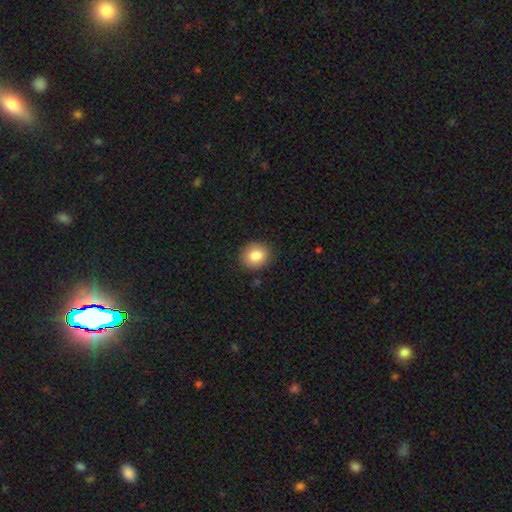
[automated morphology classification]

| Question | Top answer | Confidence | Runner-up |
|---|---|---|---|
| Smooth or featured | smooth | 83% | star or artifact (9%) |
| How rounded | round | 73% | in between (26%) |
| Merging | none | 89% | minor disturbance (8%) |